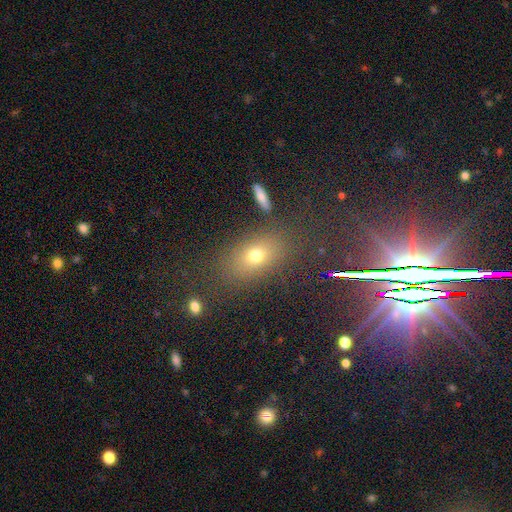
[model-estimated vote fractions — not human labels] smooth 69%, star or artifact 17%, featured or disk 14%. Down the decision tree: how rounded — in between (73%); merging — none (78%).